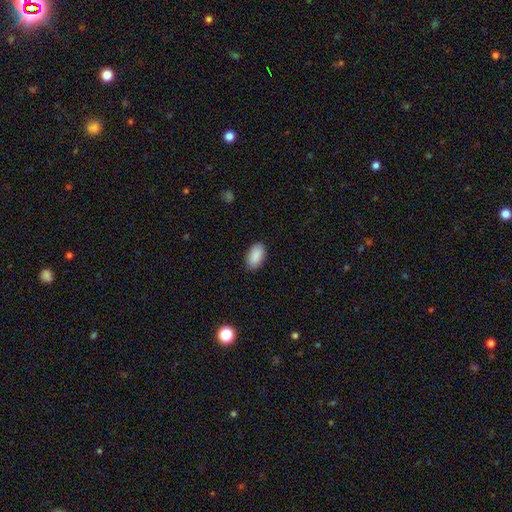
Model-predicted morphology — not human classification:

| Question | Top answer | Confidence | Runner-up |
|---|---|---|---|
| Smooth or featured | smooth | 90% | star or artifact (6%) |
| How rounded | in between | 95% | round (3%) |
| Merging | none | 88% | minor disturbance (9%) |